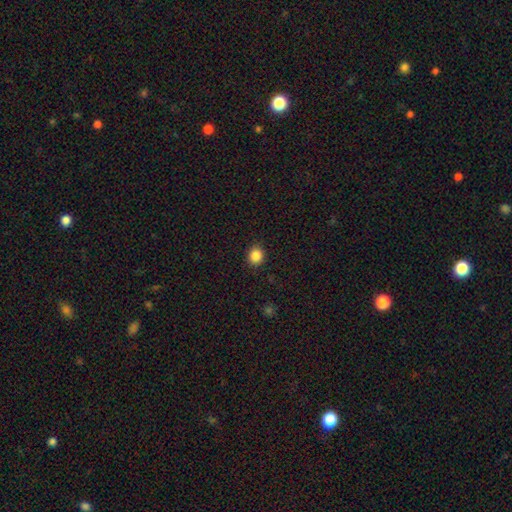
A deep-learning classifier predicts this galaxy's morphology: Overall: smooth (86%). How rounded: round (79%). Merging: none (90%).